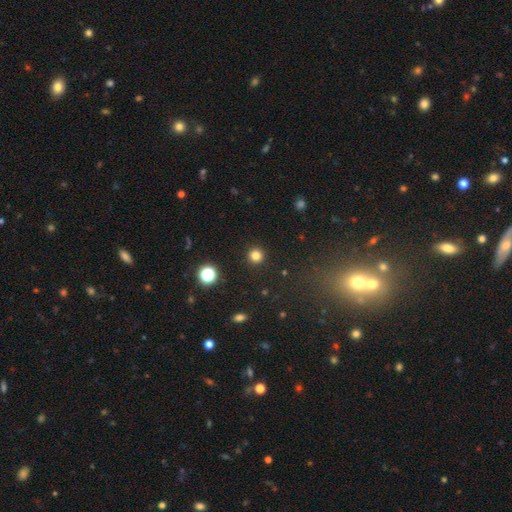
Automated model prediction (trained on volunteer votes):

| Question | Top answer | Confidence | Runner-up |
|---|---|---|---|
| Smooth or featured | smooth | 82% | star or artifact (14%) |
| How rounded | round | 95% | in between (4%) |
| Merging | none | 92% | minor disturbance (5%) |